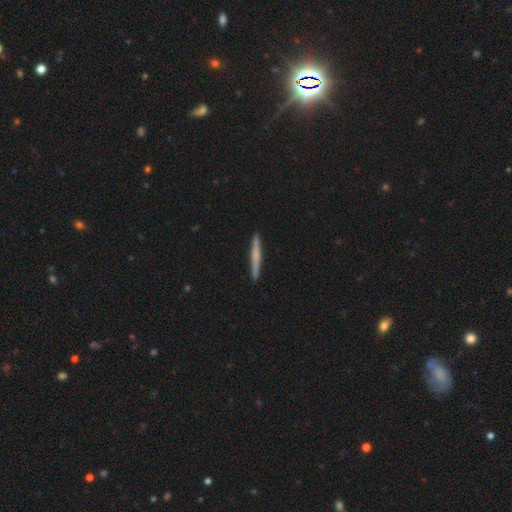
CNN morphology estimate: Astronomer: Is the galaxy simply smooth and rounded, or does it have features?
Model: smooth — 55% (runner-up: featured or disk, 39%).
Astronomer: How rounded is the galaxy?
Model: cigar-shaped — 96%.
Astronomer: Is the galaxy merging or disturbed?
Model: none — 92%.